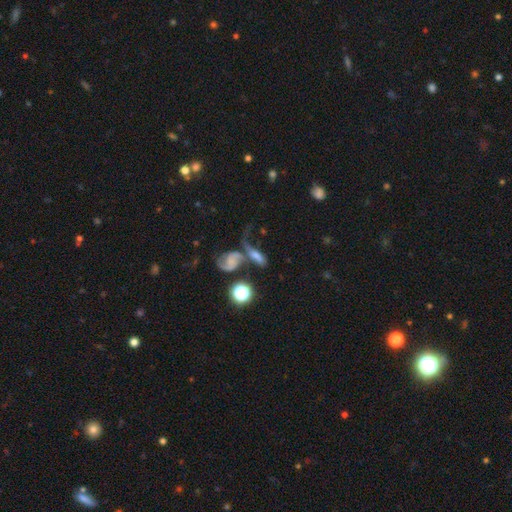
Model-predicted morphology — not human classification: Smooth or featured? Predicted: featured or disk (p=0.45). Merging? Predicted: merger (p=0.46).